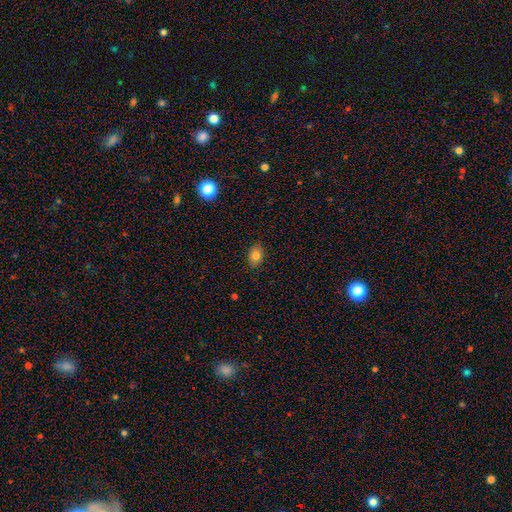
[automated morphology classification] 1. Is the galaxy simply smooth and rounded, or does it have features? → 81% smooth, 10% star or artifact, 8% featured or disk.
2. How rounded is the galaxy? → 77% in between, 21% round, 1% cigar-shaped.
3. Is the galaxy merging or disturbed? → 87% none, 10% minor disturbance, 2% major disturbance, 1% merger.